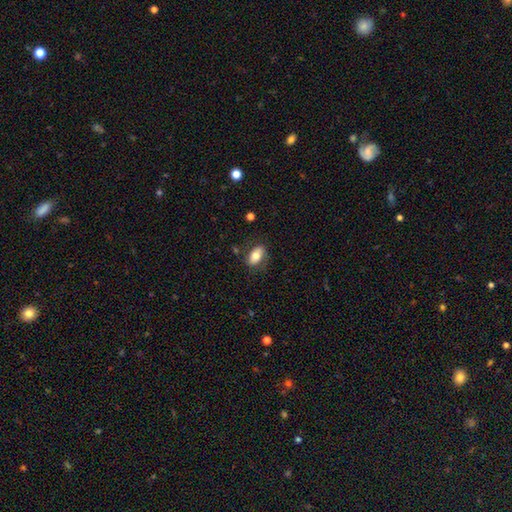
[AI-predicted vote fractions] Morphology: type=smooth (71%); roundness=in between (90%); merging=none (75%).